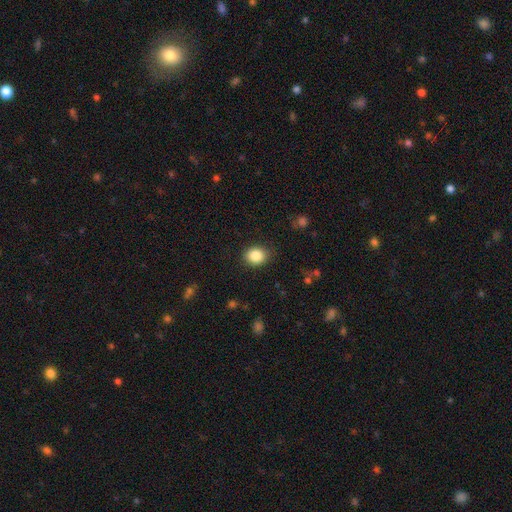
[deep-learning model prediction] The model was most divided on "how rounded": round: 64%, in between: 35%, cigar-shaped: 1%. More confident: smooth or featured — smooth (86%); merging — none (86%).